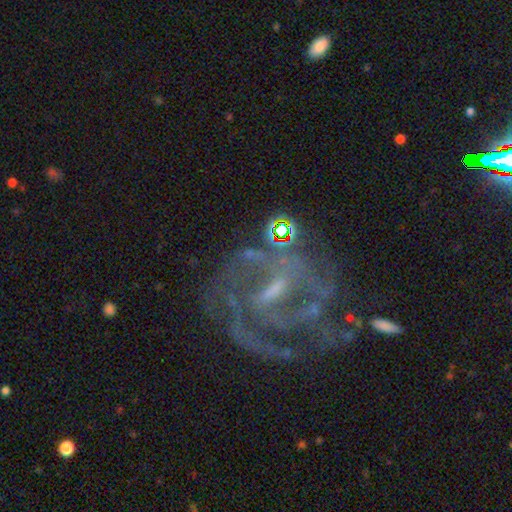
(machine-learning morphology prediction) The model was most divided on "spiral arm count": 2: 33%, can't tell: 27%, 3: 20%, 4: 8%, 1: 6%, more than 4: 6%. Remaining: edge-on disk — no (97%); spiral arms — yes (92%); smooth or featured — featured or disk (84%); merging — none (63%); bulge size — small (56%); bar — weak (50%); spiral winding — tight (50%).